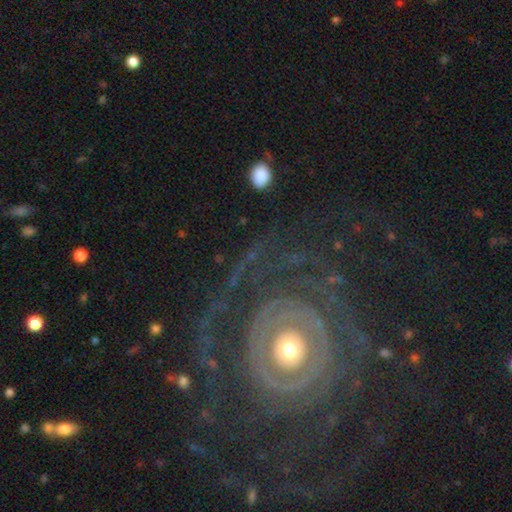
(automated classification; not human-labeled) Overall: featured or disk (81%). Edge-on disk: no (96%). Bar: no (78%). Spiral arms: yes (79%). Spiral arm count: can't tell (35%; 2 23%). Spiral winding: tight (75%). Bulge size: moderate (55%; small 36%). Merging: none (70%).